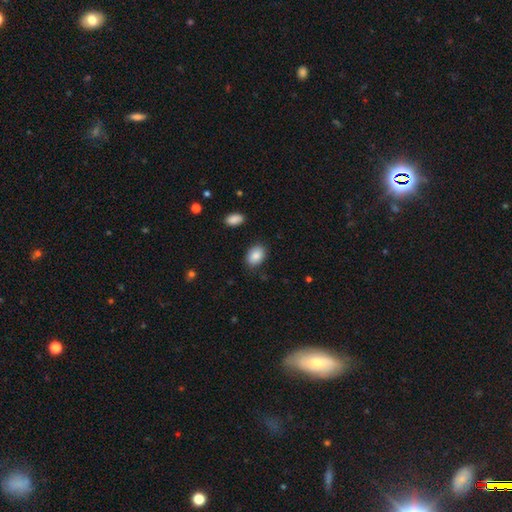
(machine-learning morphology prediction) This is clearly a smooth galaxy (87%). How rounded: clearly in between (82%). Merging: clearly none (84%).